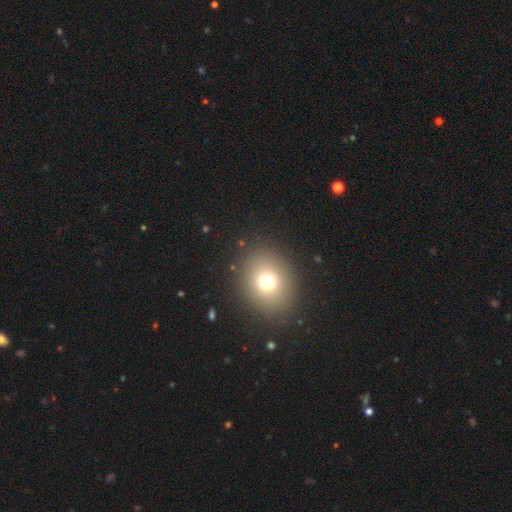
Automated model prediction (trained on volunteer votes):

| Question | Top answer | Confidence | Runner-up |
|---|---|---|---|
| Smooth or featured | smooth | 68% | star or artifact (21%) |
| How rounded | round | 65% | in between (33%) |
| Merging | none | 90% | minor disturbance (6%) |